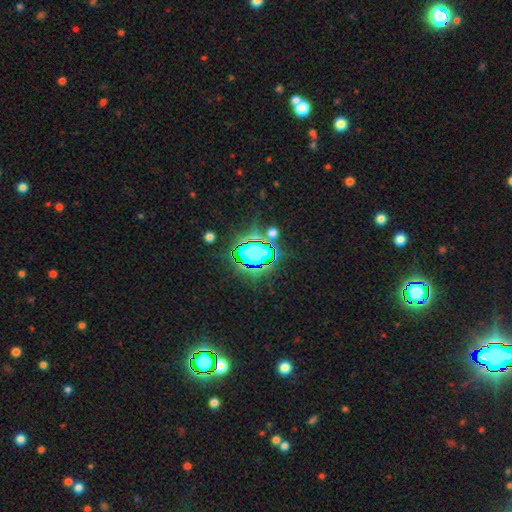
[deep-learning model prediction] The model was most divided on "smooth or featured": star or artifact: 62%, smooth: 25%, featured or disk: 13%.